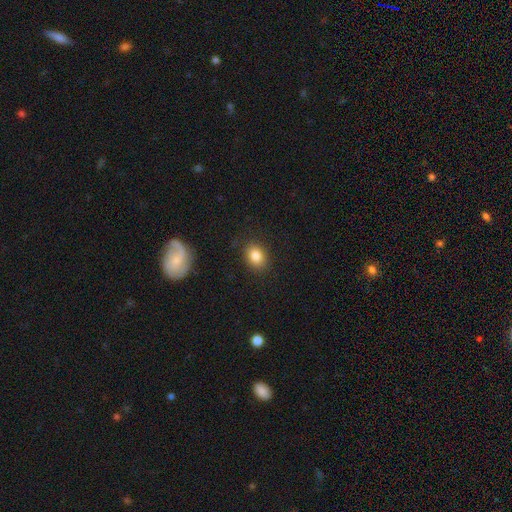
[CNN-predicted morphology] A smooth galaxy with no disk features (83%) that is in between round and cigar-shaped (58%).

Vote fractions:
- Smooth or featured? smooth: 83% / star or artifact: 10% / featured or disk: 7%
- How rounded? in between: 58% / round: 41% / cigar-shaped: 1%
- Merging? none: 85% / minor disturbance: 10% / major disturbance: 3% / merger: 1%